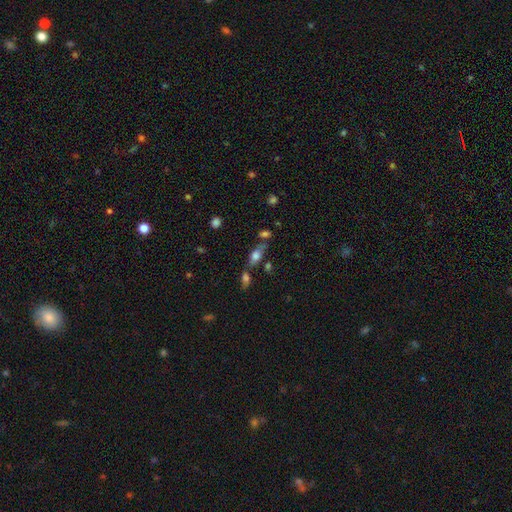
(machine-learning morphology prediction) Q: Smooth or featured?
A: smooth (64%); runner-up: featured or disk (23%)
Q: How rounded?
A: in between (76%); runner-up: cigar-shaped (17%)
Q: Merging?
A: none (52%); runner-up: merger (26%)